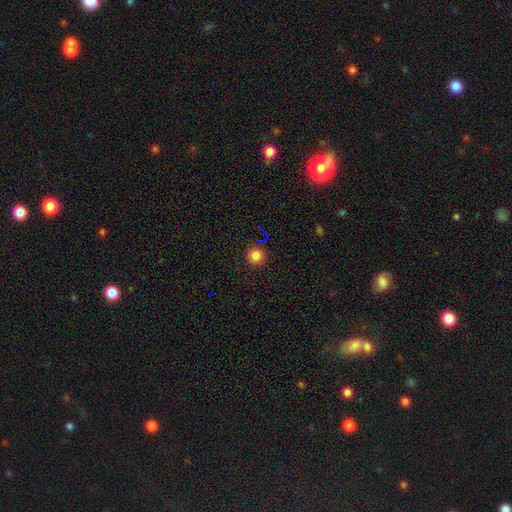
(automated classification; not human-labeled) A smooth galaxy with no disk features (82%) that is round (96%). Merging: none (91%).